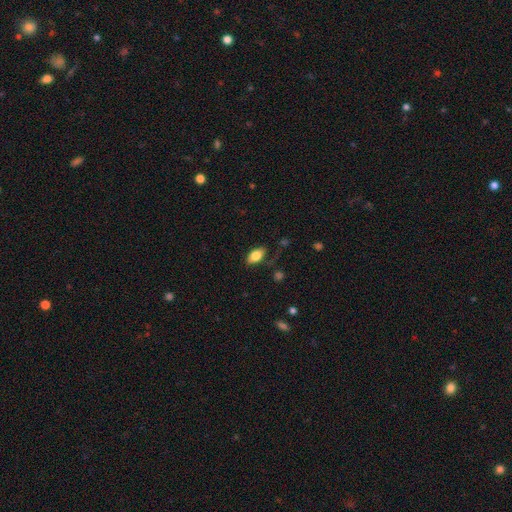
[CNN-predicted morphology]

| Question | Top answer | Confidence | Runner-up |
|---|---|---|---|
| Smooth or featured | smooth | 78% | featured or disk (14%) |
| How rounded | in between | 90% | cigar-shaped (6%) |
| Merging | none | 74% | minor disturbance (18%) |